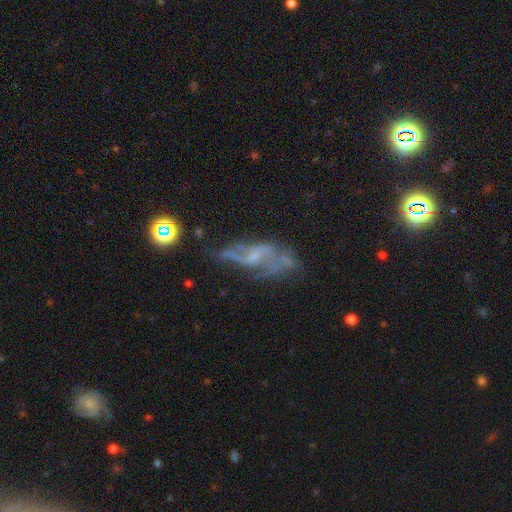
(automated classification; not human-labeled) A featured or disk galaxy (67%) with no bar (59%), spiral arms (59%) and a small central bulge (48%). Merging: none (39%).